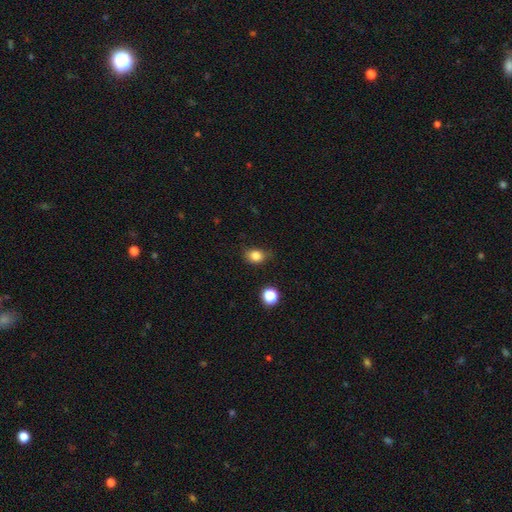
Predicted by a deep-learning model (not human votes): Q: Smooth or featured?
A: smooth (83%); runner-up: star or artifact (11%)
Q: How rounded?
A: in between (59%); runner-up: round (40%)
Q: Merging?
A: none (71%); runner-up: minor disturbance (22%)